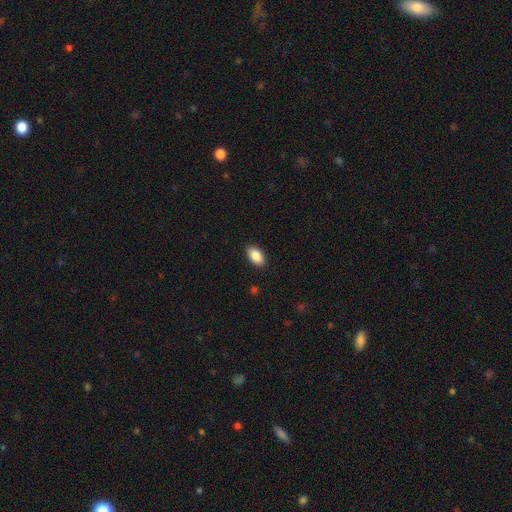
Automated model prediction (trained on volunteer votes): A smooth galaxy with no disk features (88%) that is in between round and cigar-shaped (93%). Merging: none (89%).